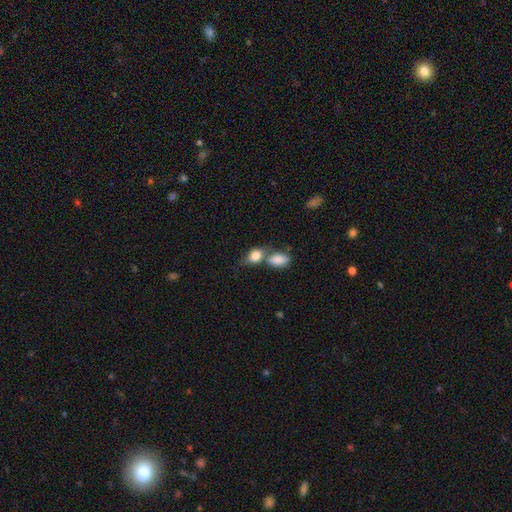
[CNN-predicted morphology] Smooth or featured?
  - smooth: 83% *
  - featured or disk: 10%
  - star or artifact: 7%
How rounded?
  - in between: 74% *
  - round: 23%
  - cigar-shaped: 3%
Merging?
  - merger: 60% *
  - none: 25%
  - minor disturbance: 10%
  - major disturbance: 6%